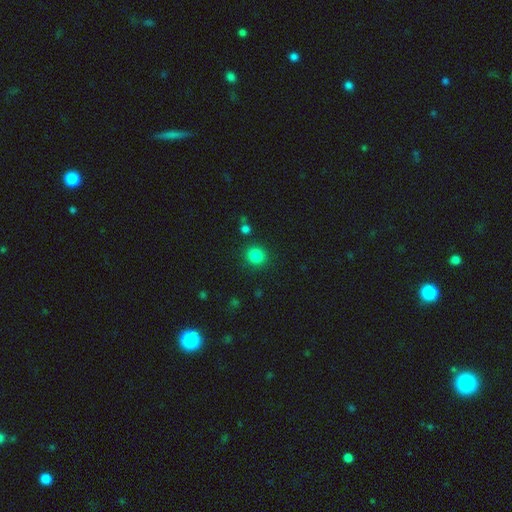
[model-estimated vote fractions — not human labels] Smooth or featured?
  - smooth: 84% *
  - star or artifact: 12%
  - featured or disk: 4%
How rounded?
  - round: 88% *
  - in between: 11%
  - cigar-shaped: 1%
Merging?
  - none: 87% *
  - minor disturbance: 7%
  - merger: 3%
  - major disturbance: 3%